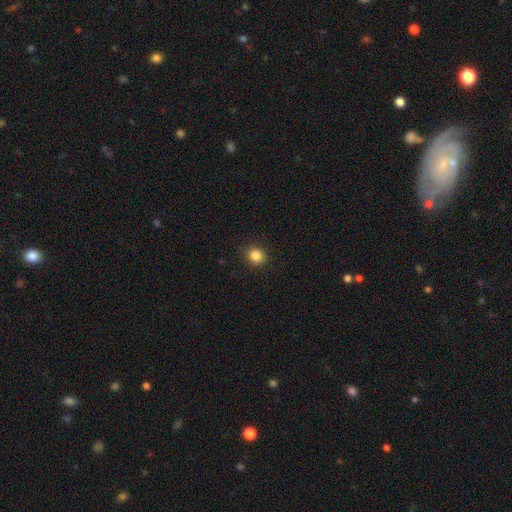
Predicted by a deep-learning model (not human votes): A smooth galaxy with no disk features (85%) that is round (83%).

Vote fractions:
- Smooth or featured? smooth: 85% / star or artifact: 11% / featured or disk: 4%
- How rounded? round: 83% / in between: 16% / cigar-shaped: 1%
- Merging? none: 90% / minor disturbance: 7% / major disturbance: 2% / merger: 1%